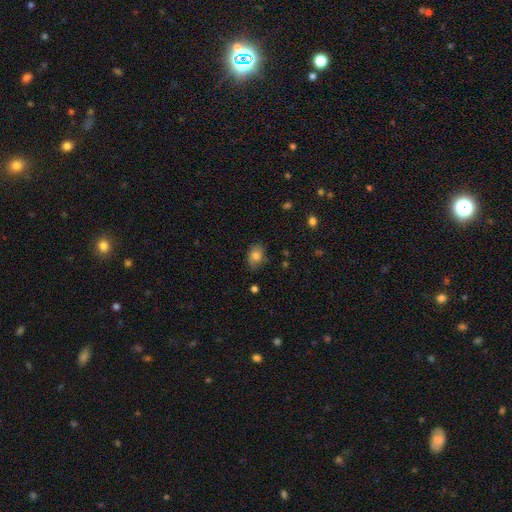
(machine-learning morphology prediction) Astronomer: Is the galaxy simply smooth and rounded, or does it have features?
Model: smooth — 82%.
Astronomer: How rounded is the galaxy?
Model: in between — 68%.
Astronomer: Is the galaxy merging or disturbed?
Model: none — 75%.